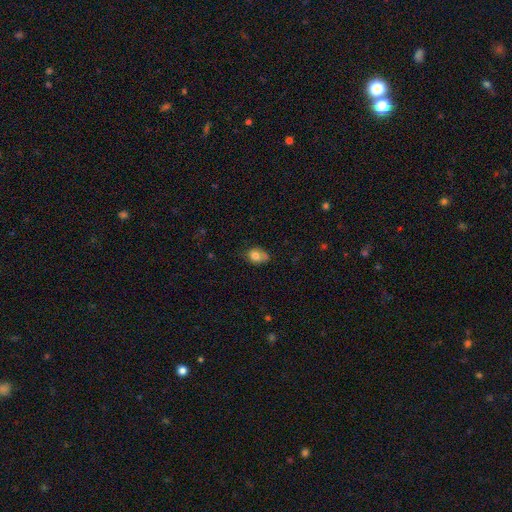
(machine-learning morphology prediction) The model was most divided on "merging": none: 51%, minor disturbance: 35%, major disturbance: 9%, merger: 5%. More confident: smooth or featured — smooth (77%); how rounded — in between (77%).